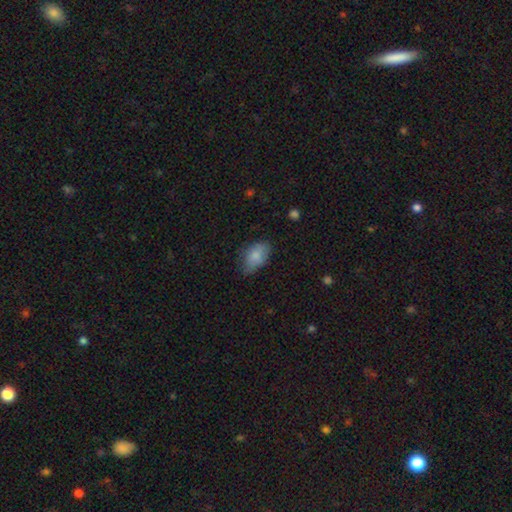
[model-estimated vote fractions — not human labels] This is clearly a smooth galaxy (83%). How rounded: clearly in between (90%). Merging: likely none (62%).